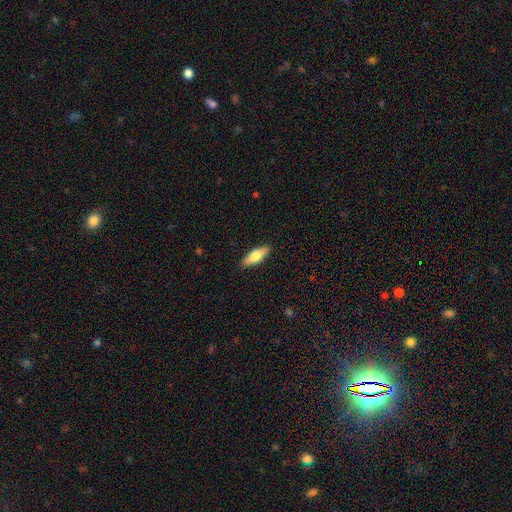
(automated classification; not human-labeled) Smooth or featured? smooth (68%)
How rounded? in between (56%)
Merging? none (89%)